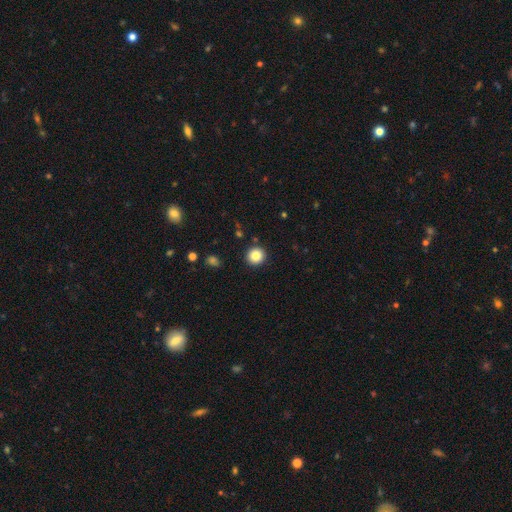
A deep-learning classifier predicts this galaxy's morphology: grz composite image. It shows a smooth galaxy with no disk features (84%) that is round (93%). Merging: none (91%).